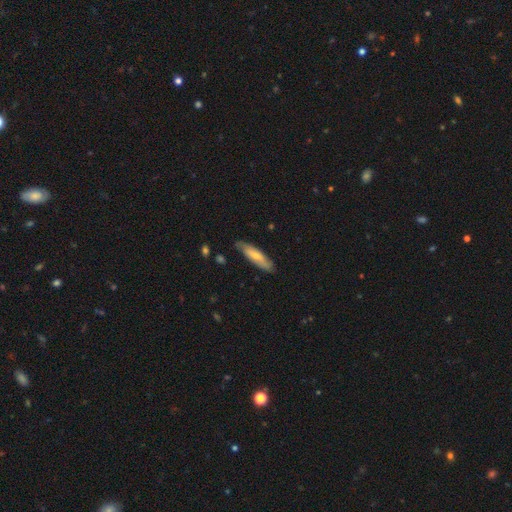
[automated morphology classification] Overall: smooth (59%; featured or disk 36%). How rounded: cigar-shaped (68%; in between 31%). Merging: none (79%).